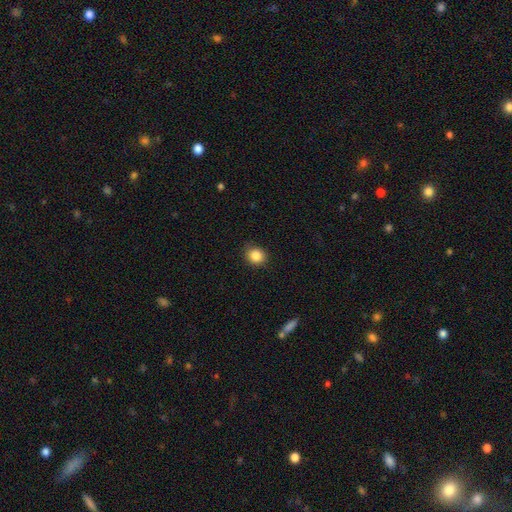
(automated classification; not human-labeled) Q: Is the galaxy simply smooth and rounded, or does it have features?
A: smooth — 86%.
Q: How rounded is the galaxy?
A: round — 78%.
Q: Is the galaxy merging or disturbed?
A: none — 88%.